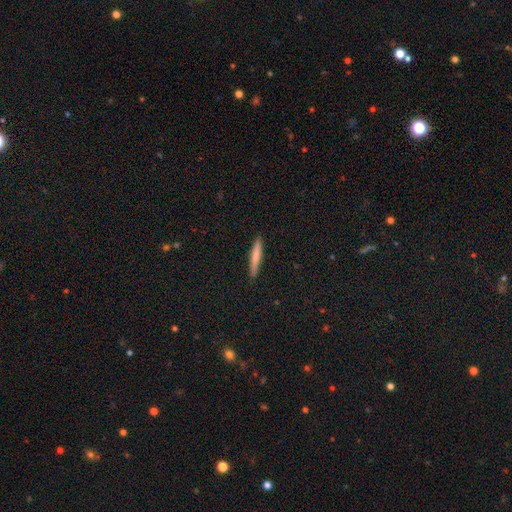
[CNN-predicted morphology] Smooth or featured? smooth (75%)
How rounded? cigar-shaped (94%)
Merging? none (91%)